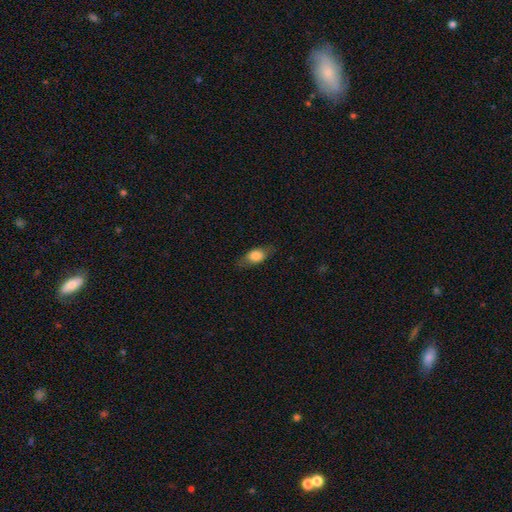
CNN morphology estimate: A smooth galaxy with no disk features (72%) that is in between round and cigar-shaped (77%). Merging: none (76%).